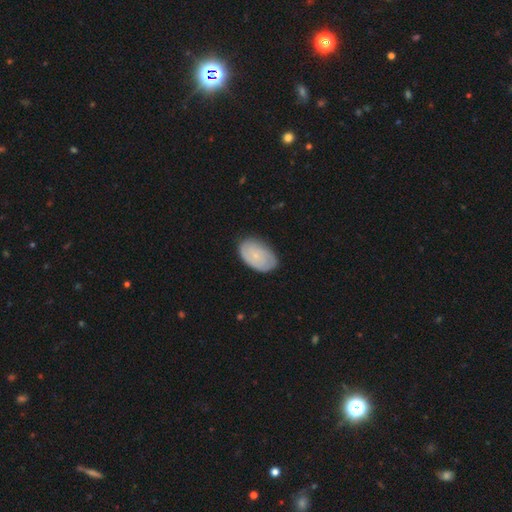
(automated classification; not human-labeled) The model was most divided on "smooth or featured": smooth: 55%, featured or disk: 38%, star or artifact: 7%. More confident: how rounded — in between (91%); merging — none (77%).